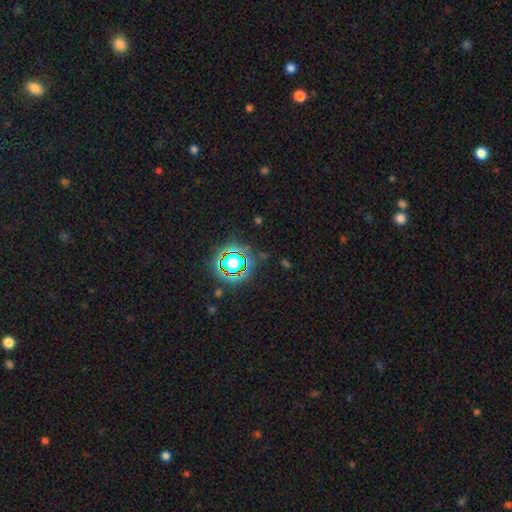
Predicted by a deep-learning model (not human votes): star or artifact 79%, smooth 13%, featured or disk 8%.